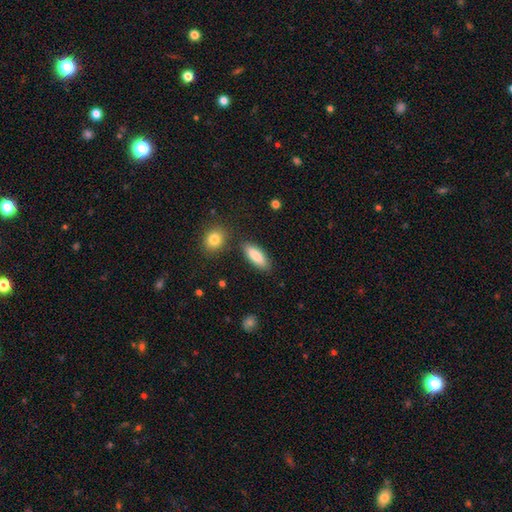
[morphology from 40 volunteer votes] Overall: smooth (82%). How rounded: cigar-shaped (52%; in between 48%). Merging: none (76%).